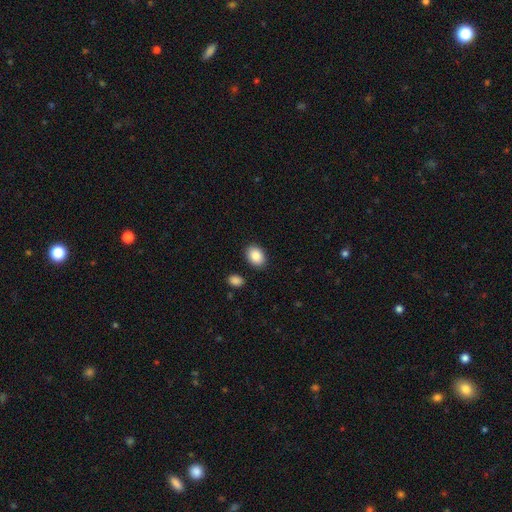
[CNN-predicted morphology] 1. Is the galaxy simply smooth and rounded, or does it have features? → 88% smooth, 7% star or artifact, 5% featured or disk.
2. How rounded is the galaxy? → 76% in between, 23% round, 1% cigar-shaped.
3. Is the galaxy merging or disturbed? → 86% none, 9% minor disturbance, 3% merger, 2% major disturbance.